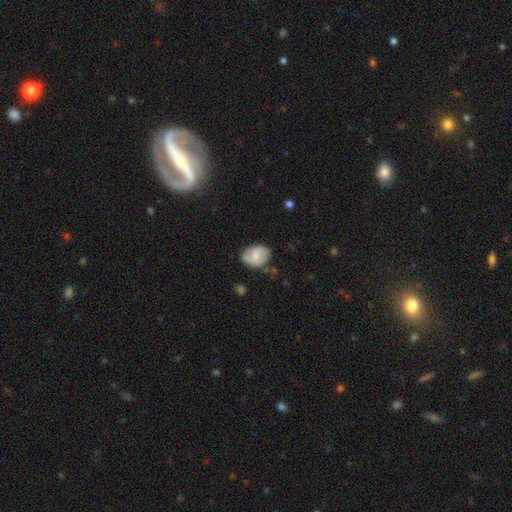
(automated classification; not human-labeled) Smooth or featured: smooth — 47% (featured or disk — 46%)
Merging: none — 66% (minor disturbance — 25%)